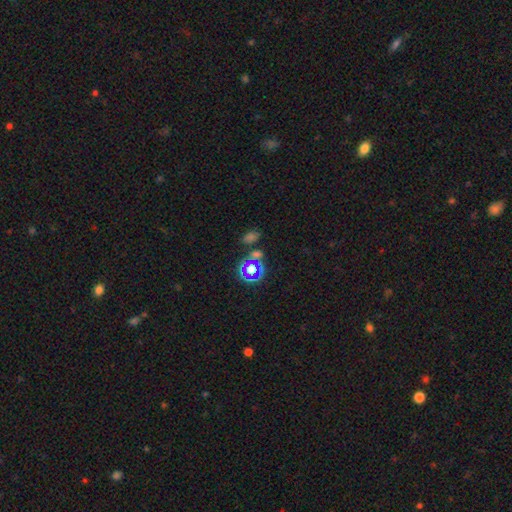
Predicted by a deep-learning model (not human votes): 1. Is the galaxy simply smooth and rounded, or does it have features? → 59% star or artifact, 30% smooth, 11% featured or disk.